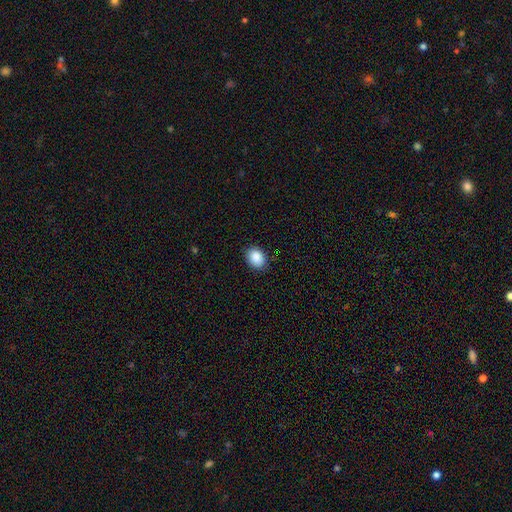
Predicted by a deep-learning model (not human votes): Morphology: type=smooth (89%); roundness=in between (68%); merging=none (87%).